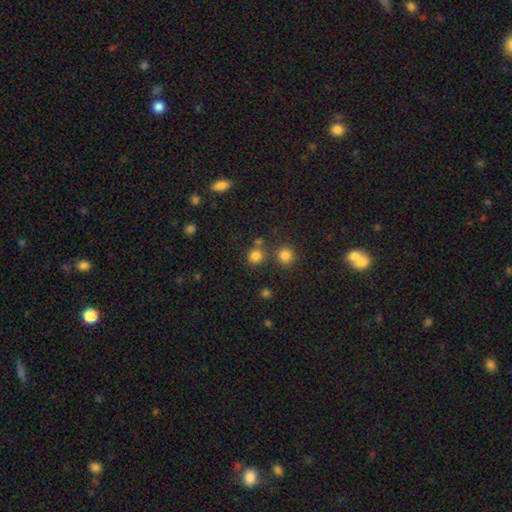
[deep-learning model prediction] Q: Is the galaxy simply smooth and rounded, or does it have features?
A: smooth — 81%.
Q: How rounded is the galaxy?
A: round — 83%.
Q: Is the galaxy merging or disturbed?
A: none — 73%.